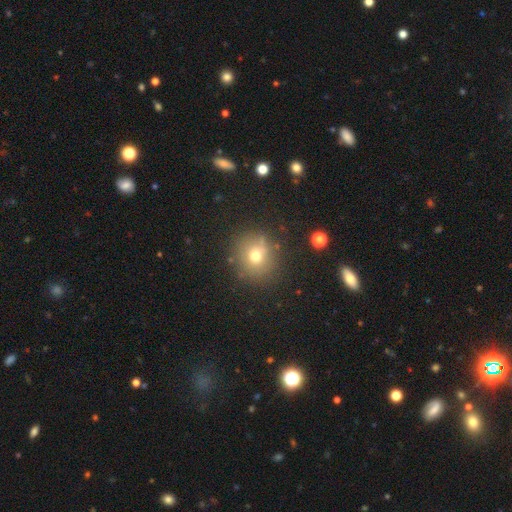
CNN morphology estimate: This appears to be a smooth galaxy with no disk features (69%) that is round (87%). Merging: none (81%).